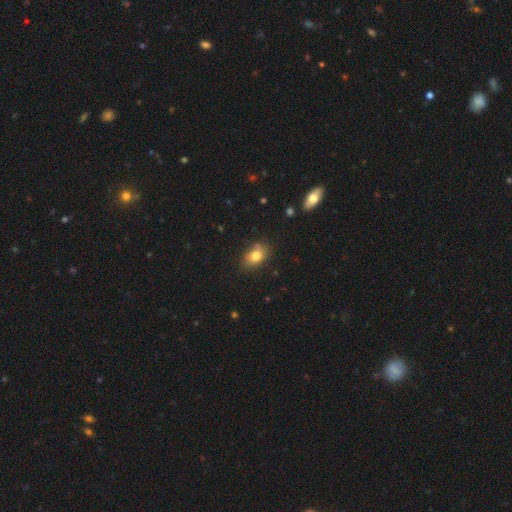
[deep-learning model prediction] A smooth galaxy with no disk features (81%) that is in between round and cigar-shaped (82%). Merging: none (73%).